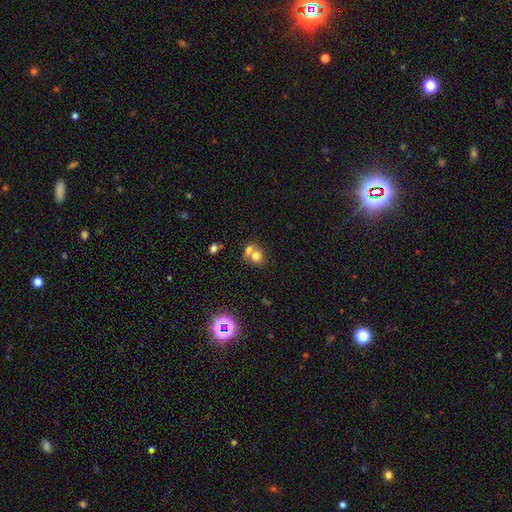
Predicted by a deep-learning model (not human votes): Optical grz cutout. It shows a smooth galaxy with no disk features (71%) that is round (67%). Merging: merger (57%).